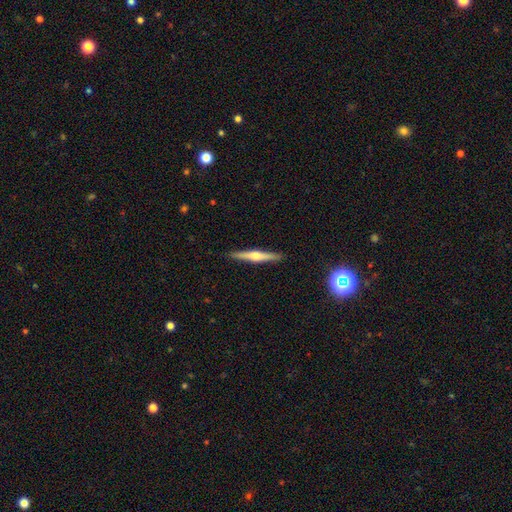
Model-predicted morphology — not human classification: Smooth or featured? Predicted: featured or disk (p=0.67). Edge-on disk? Predicted: yes (p=0.98). Edge-on bulge? Predicted: rounded (p=0.90). Merging? Predicted: none (p=0.92).